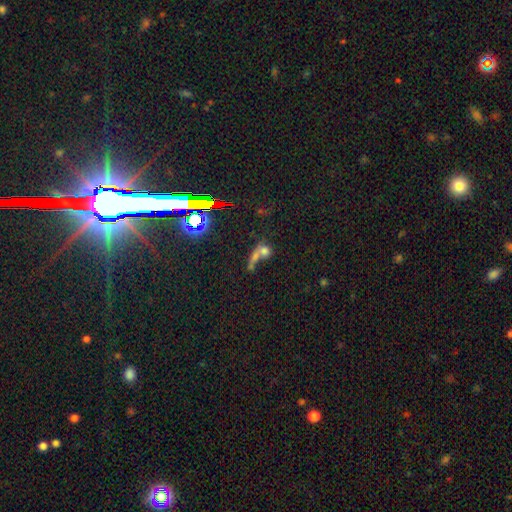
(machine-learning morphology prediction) Overall: smooth (45%; star or artifact 33%). Merging: merger (53%; none 26%).